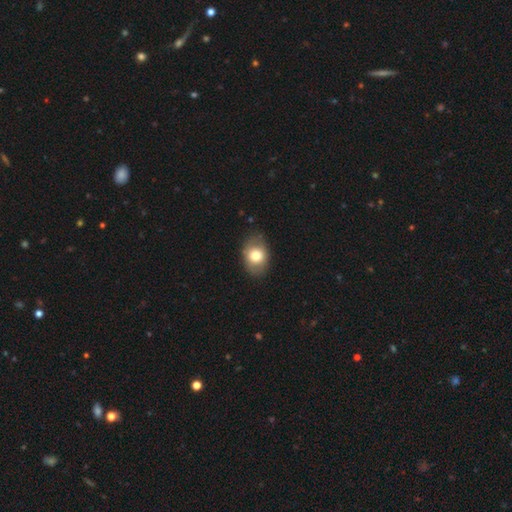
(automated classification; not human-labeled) The model was most divided on "how rounded": in between: 70%, round: 29%, cigar-shaped: 1%. More confident: merging — none (78%); smooth or featured — smooth (74%).